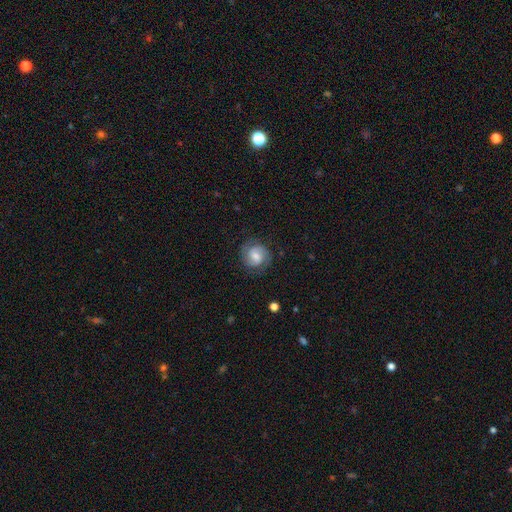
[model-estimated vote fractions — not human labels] The model was most divided on "bar": weak: 48%, no: 39%, strong: 13%. Remaining: edge-on disk — no (98%); spiral arms — yes (89%); merging — none (79%); smooth or featured — featured or disk (57%); bulge size — moderate (50%).